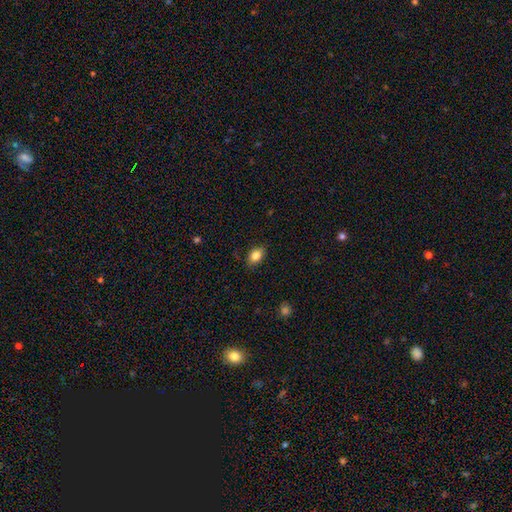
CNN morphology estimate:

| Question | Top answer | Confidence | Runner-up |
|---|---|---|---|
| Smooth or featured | smooth | 84% | star or artifact (8%) |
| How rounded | in between | 84% | round (14%) |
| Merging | none | 85% | minor disturbance (12%) |